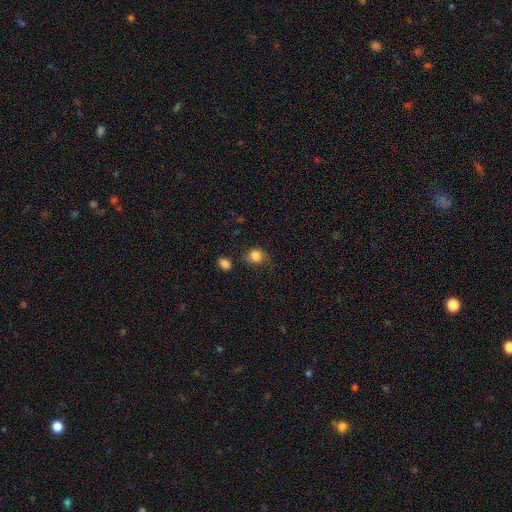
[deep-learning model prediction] Smooth or featured?
  - smooth: 83% *
  - star or artifact: 10%
  - featured or disk: 7%
How rounded?
  - round: 69% *
  - in between: 30%
  - cigar-shaped: 1%
Merging?
  - none: 61% *
  - minor disturbance: 25%
  - major disturbance: 9%
  - merger: 5%